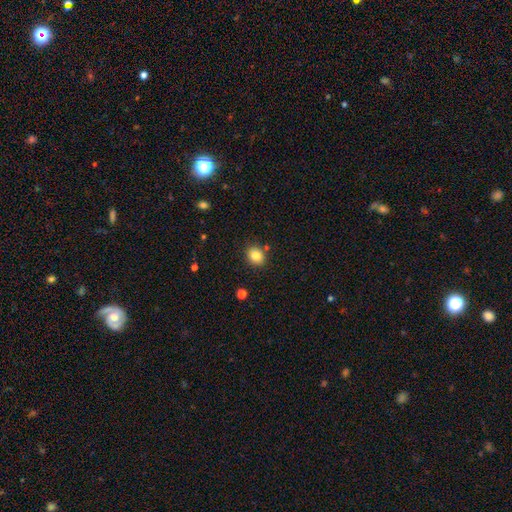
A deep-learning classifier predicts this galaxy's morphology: smooth_or_featured: smooth (p=0.84) [alt: star or artifact p=0.10]
how_rounded: round (p=0.54) [alt: in between p=0.45]
merging: none (p=0.84) [alt: minor disturbance p=0.10]